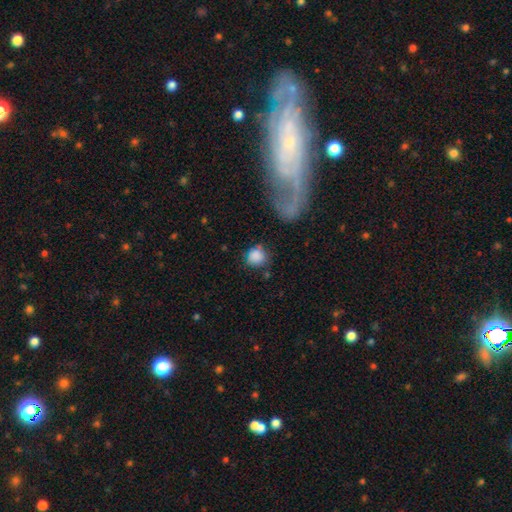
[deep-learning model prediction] Q: Smooth or featured?
A: smooth (84%); runner-up: star or artifact (9%)
Q: How rounded?
A: round (89%); runner-up: in between (10%)
Q: Merging?
A: none (69%); runner-up: minor disturbance (17%)